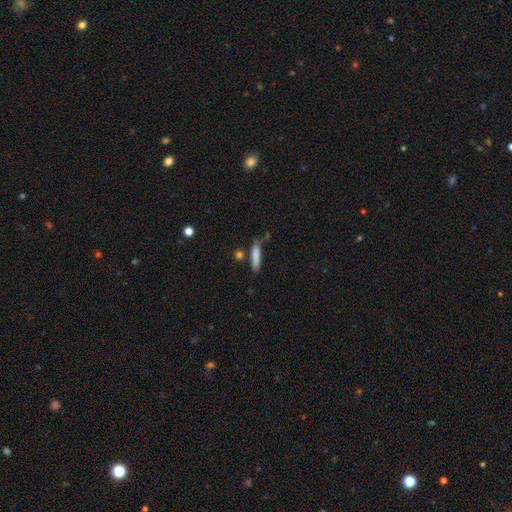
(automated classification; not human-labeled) Smooth or featured? smooth (81%)
How rounded? cigar-shaped (81%)
Merging? none (68%)